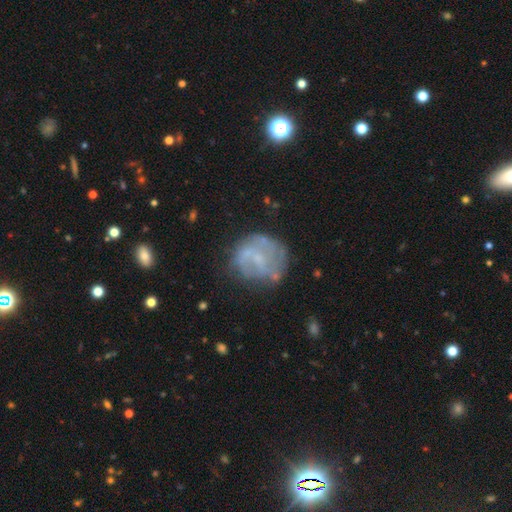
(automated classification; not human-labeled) A featured or disk galaxy (56%) with no bar (57%), spiral arms (52%) and a small central bulge (48%). Merging: none (59%).